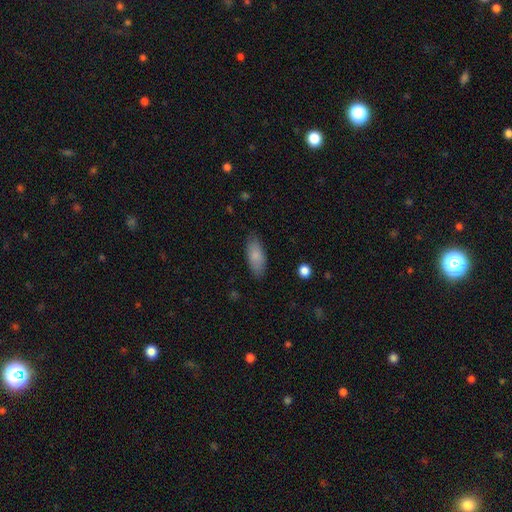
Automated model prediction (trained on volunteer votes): The model was most divided on "how rounded": in between: 78%, cigar-shaped: 20%, round: 2%. More confident: smooth or featured — smooth (83%); merging — none (83%).